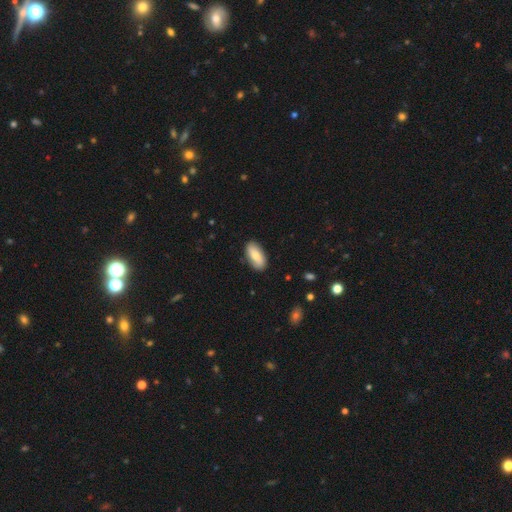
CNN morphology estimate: Overall: smooth (73%). How rounded: in between (89%). Merging: none (84%).